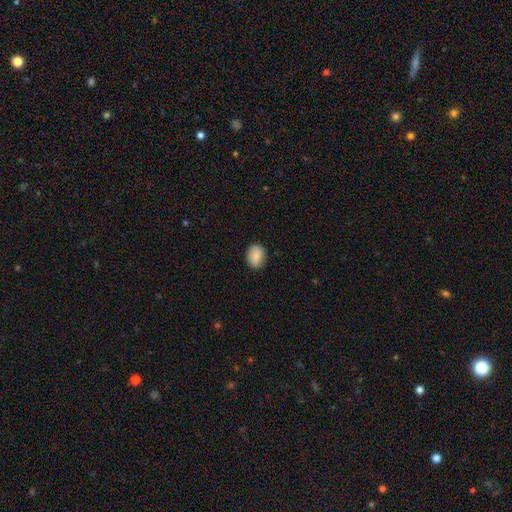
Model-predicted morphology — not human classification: Smooth or featured? smooth (88%)
How rounded? in between (69%)
Merging? none (86%)